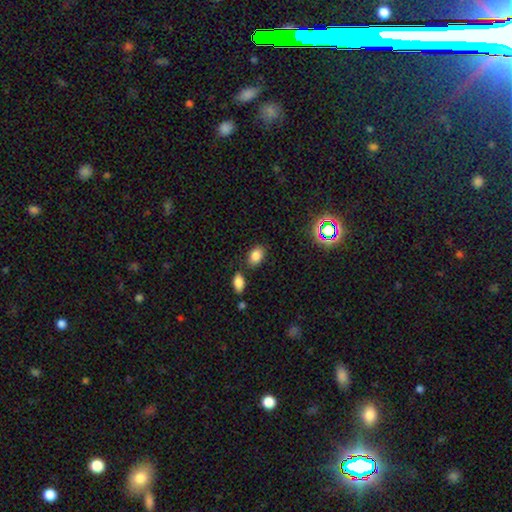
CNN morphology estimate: A smooth galaxy with no disk features (82%) that is in between round and cigar-shaped (83%).

Vote fractions:
- Smooth or featured? smooth: 82% / star or artifact: 12% / featured or disk: 6%
- How rounded? in between: 83% / round: 16% / cigar-shaped: 1%
- Merging? none: 76% / minor disturbance: 12% / merger: 8% / major disturbance: 3%